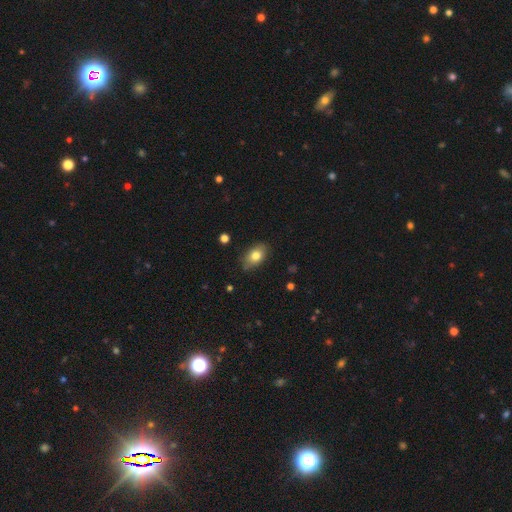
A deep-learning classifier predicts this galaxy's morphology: Overall: smooth (79%). How rounded: in between (87%). Merging: none (82%).